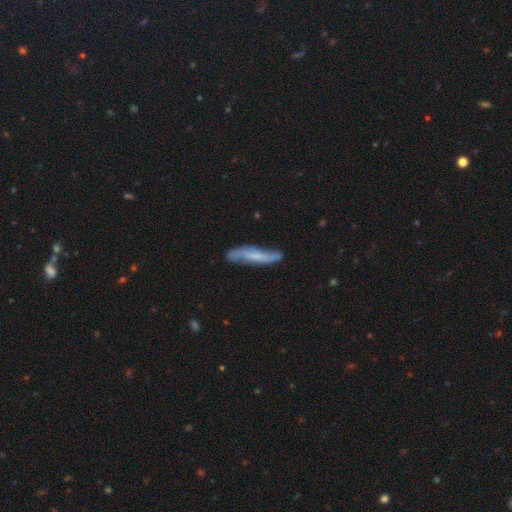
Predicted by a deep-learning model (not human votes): A featured or disk galaxy (60%).

Vote fractions:
- Smooth or featured? featured or disk: 60% / smooth: 34% / star or artifact: 7%
- Edge-on disk? no: 58% / yes: 42%
- Merging? none: 73% / minor disturbance: 20% / major disturbance: 5% / merger: 2%